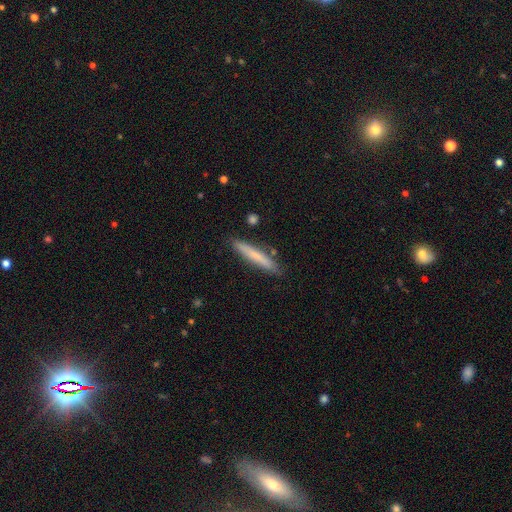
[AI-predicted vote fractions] Q: Smooth or featured?
A: smooth (66%); runner-up: featured or disk (28%)
Q: How rounded?
A: cigar-shaped (94%); runner-up: in between (5%)
Q: Merging?
A: none (86%); runner-up: minor disturbance (9%)